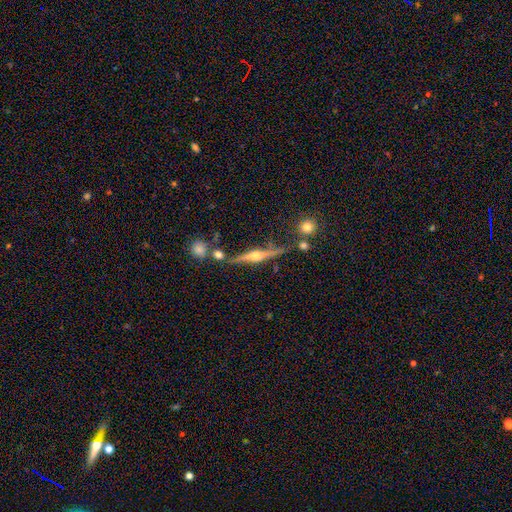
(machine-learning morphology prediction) A featured or disk galaxy (81%) viewed edge-on (97%) with a rounded central bulge (94%). Merging: none (77%).